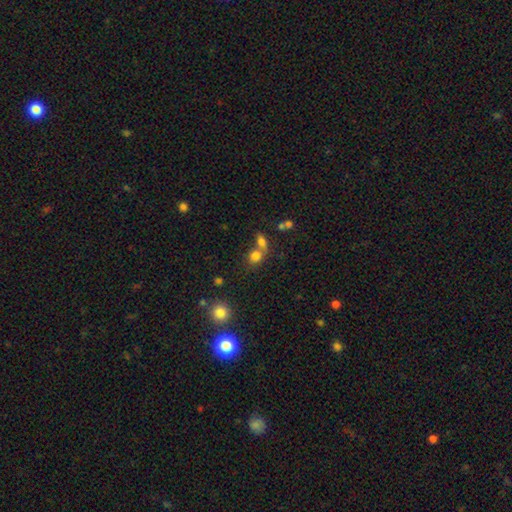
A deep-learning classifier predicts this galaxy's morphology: Smooth or featured? Predicted: smooth (p=0.77). How rounded? Predicted: round (p=0.63). Merging? Predicted: merger (p=0.49).